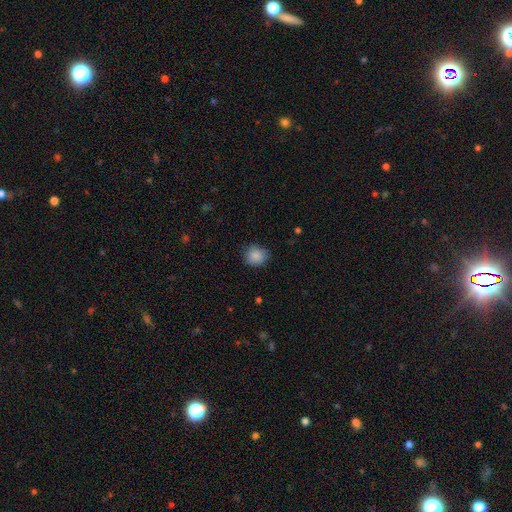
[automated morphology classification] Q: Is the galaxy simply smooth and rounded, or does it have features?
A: smooth — 87%.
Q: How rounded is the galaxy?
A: round — 81%.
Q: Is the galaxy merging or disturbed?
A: none — 80%.